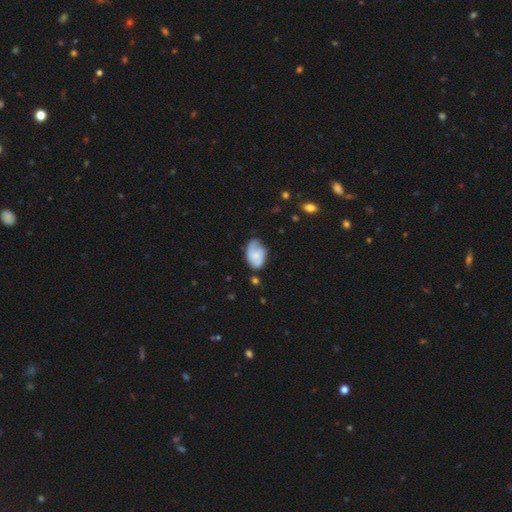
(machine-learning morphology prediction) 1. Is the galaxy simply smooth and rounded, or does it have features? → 52% smooth, 41% featured or disk, 7% star or artifact.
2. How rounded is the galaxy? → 87% in between, 11% round, 1% cigar-shaped.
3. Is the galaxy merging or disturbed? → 57% none, 32% minor disturbance, 8% major disturbance, 3% merger.